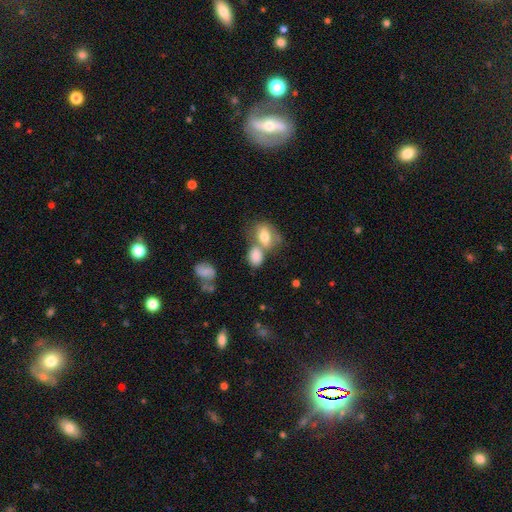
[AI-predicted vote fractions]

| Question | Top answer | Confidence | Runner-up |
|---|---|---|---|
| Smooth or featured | smooth | 79% | featured or disk (12%) |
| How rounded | in between | 76% | round (22%) |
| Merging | merger | 51% | none (32%) |